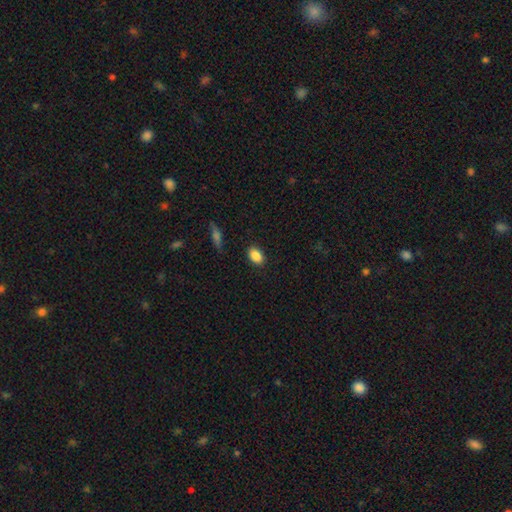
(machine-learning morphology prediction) smooth 87%, star or artifact 8%, featured or disk 5%. Down the decision tree: how rounded — in between (86%); merging — none (88%).